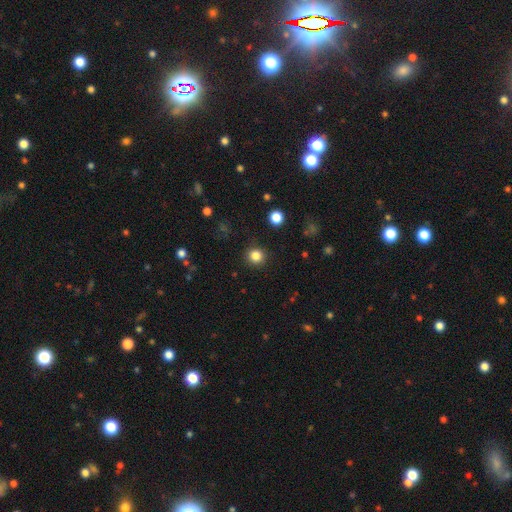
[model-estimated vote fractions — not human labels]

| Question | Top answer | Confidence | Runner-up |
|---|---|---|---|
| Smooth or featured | smooth | 84% | star or artifact (12%) |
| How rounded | round | 92% | in between (7%) |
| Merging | none | 90% | minor disturbance (6%) |